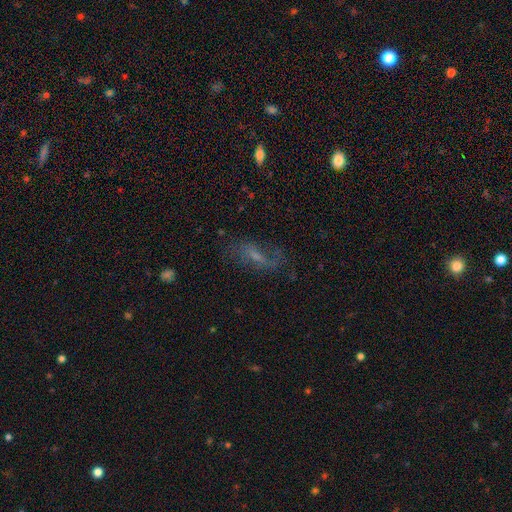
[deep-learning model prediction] This is possibly a featured or disk galaxy (52%). It is clearly not viewed edge-on (85%). Merging: possibly none (58%).